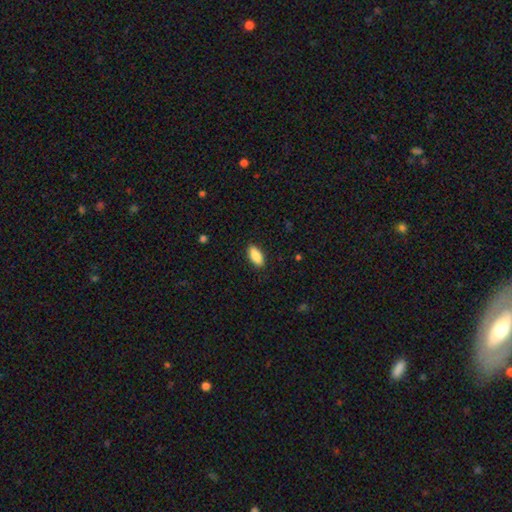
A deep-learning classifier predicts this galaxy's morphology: A smooth galaxy with no disk features (88%) that is in between round and cigar-shaped (87%). Merging: none (89%).